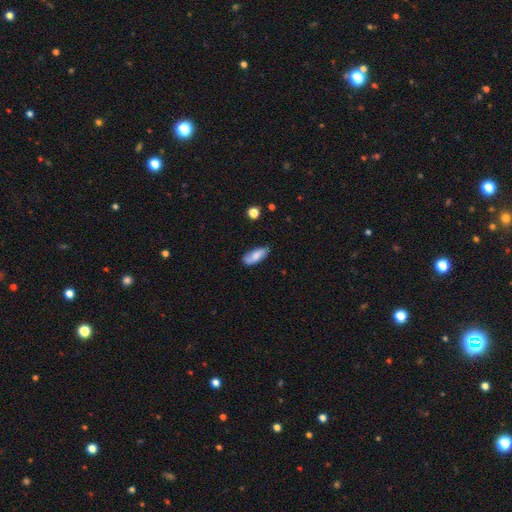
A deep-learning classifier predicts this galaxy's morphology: The model was most divided on "merging": none: 69%, minor disturbance: 24%, major disturbance: 5%, merger: 2%. More confident: how rounded — in between (77%); smooth or featured — smooth (74%).